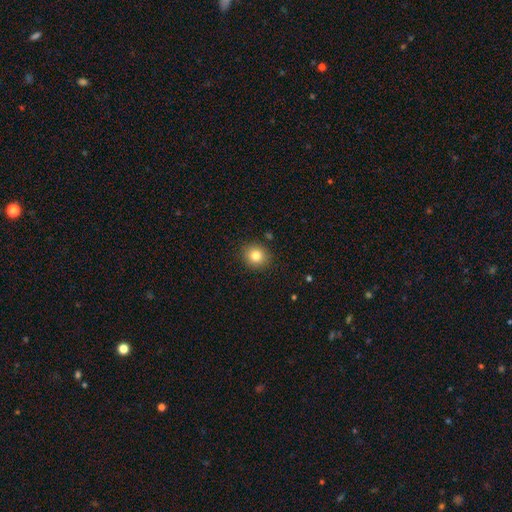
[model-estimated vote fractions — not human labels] smooth-or-featured: smooth: 83% | star or artifact: 10% | featured or disk: 7%
  how-rounded: round: 85% | in between: 14% | cigar-shaped: 1%
  merging: none: 89% | minor disturbance: 7% | major disturbance: 2% | merger: 1%